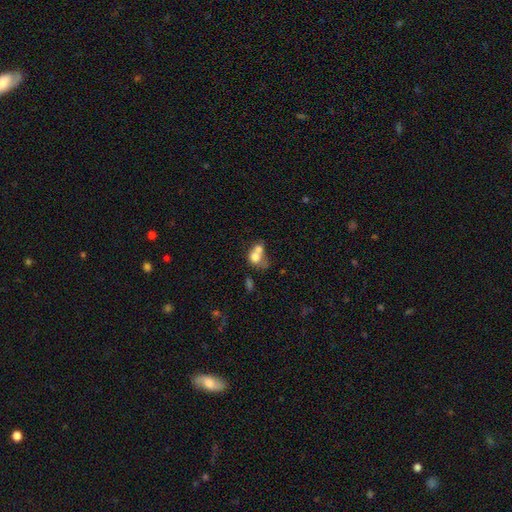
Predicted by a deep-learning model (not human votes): A smooth galaxy with no disk features (69%) that is round (56%).

Vote fractions:
- Smooth or featured? smooth: 69% / featured or disk: 21% / star or artifact: 10%
- How rounded? round: 56% / in between: 43% / cigar-shaped: 1%
- Merging? merger: 68% / none: 17% / major disturbance: 7% / minor disturbance: 7%